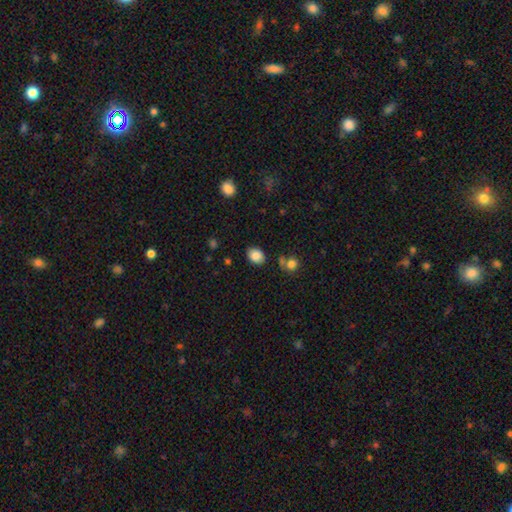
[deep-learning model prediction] The model was most divided on "how rounded": in between: 70%, round: 29%, cigar-shaped: 1%. More confident: smooth or featured — smooth (85%); merging — none (80%).